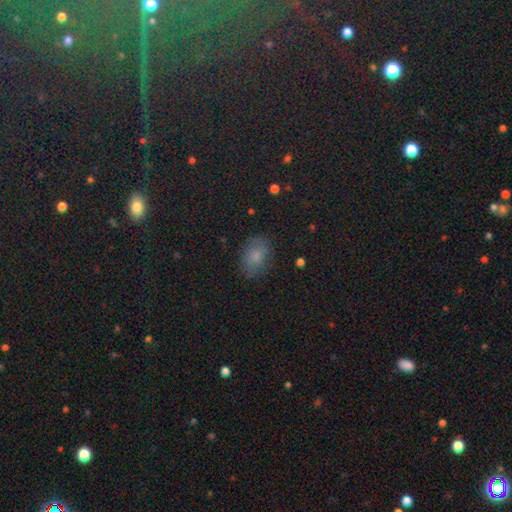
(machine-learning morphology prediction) Smooth or featured? Predicted: smooth (p=0.75). How rounded? Predicted: in between (p=0.79). Merging? Predicted: none (p=0.79).